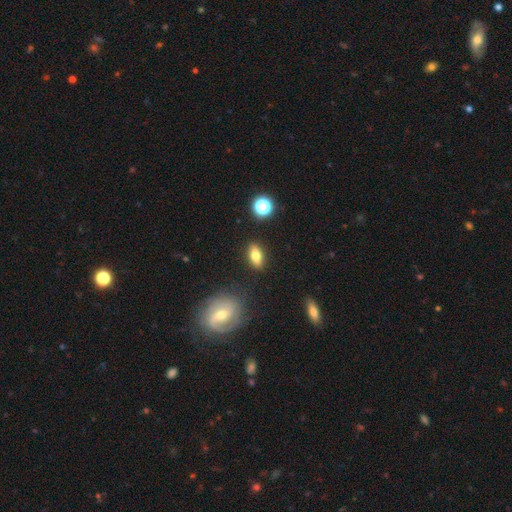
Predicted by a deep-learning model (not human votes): This appears to be a smooth galaxy with no disk features (70%) that is in between round and cigar-shaped (79%). Merging: none (87%).